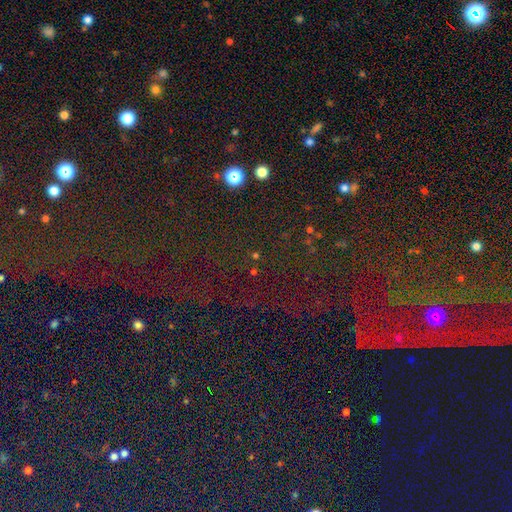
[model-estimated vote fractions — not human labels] Smooth or featured? star or artifact (70%)